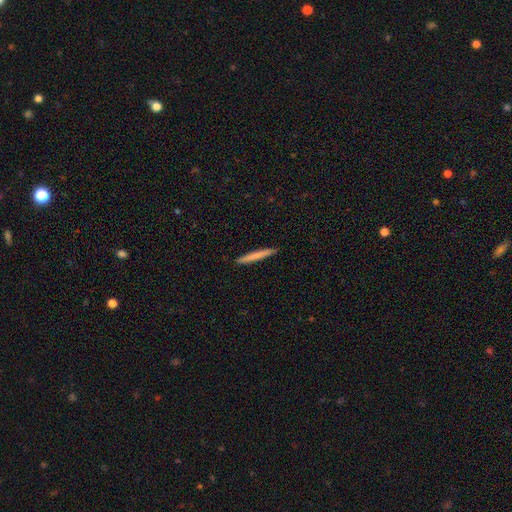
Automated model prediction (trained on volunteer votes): Q: Smooth or featured?
A: smooth (72%); runner-up: featured or disk (22%)
Q: How rounded?
A: cigar-shaped (97%); runner-up: in between (2%)
Q: Merging?
A: none (92%); runner-up: minor disturbance (6%)